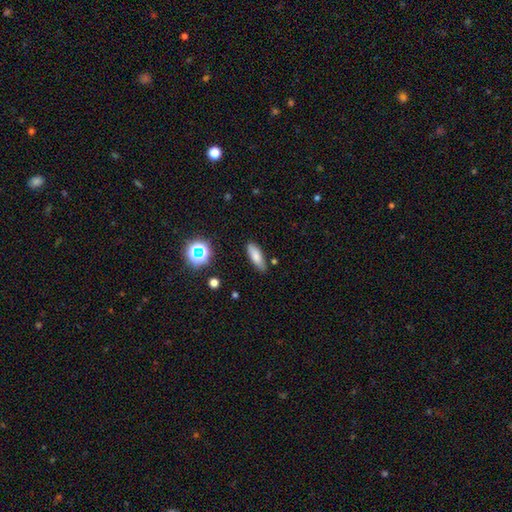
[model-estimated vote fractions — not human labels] This appears to be a smooth galaxy with no disk features (77%) that is in between round and cigar-shaped (62%). Merging: none (82%).